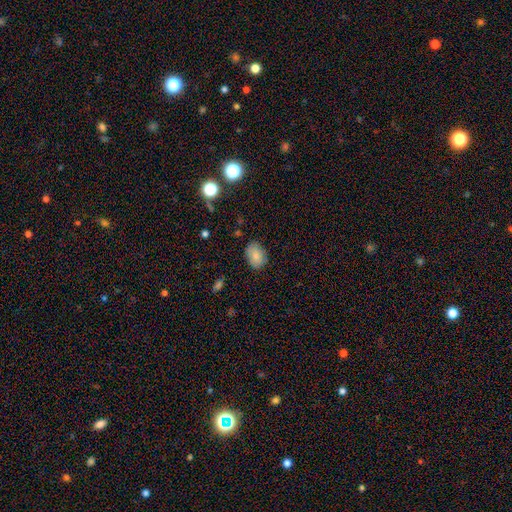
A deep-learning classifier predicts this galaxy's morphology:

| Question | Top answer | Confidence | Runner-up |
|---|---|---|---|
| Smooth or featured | smooth | 85% | star or artifact (8%) |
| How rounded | in between | 78% | round (21%) |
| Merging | none | 82% | minor disturbance (14%) |